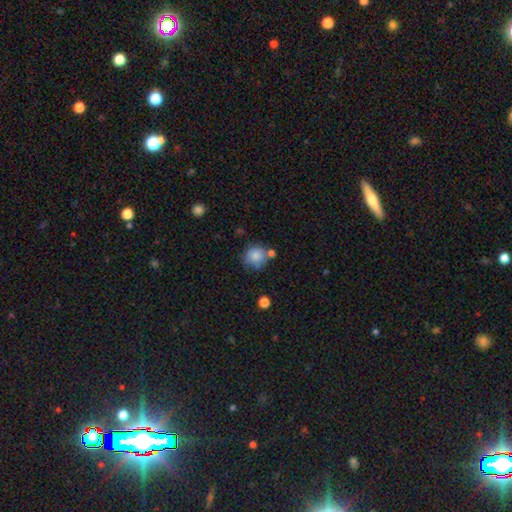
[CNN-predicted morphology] Smooth or featured? smooth (82%)
How rounded? round (87%)
Merging? none (63%)